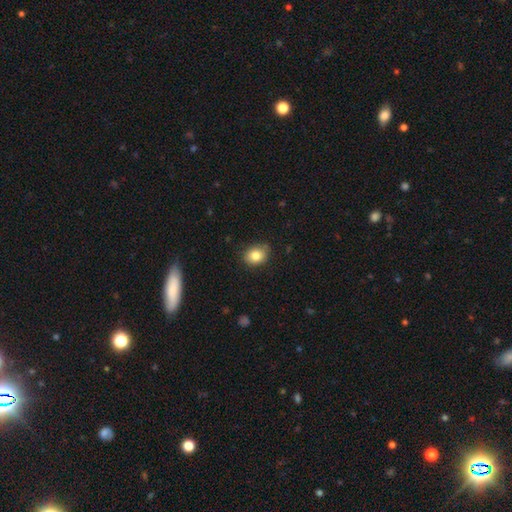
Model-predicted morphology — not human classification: This appears to be a smooth galaxy with no disk features (83%) that is in between round and cigar-shaped (54%). Merging: none (80%).